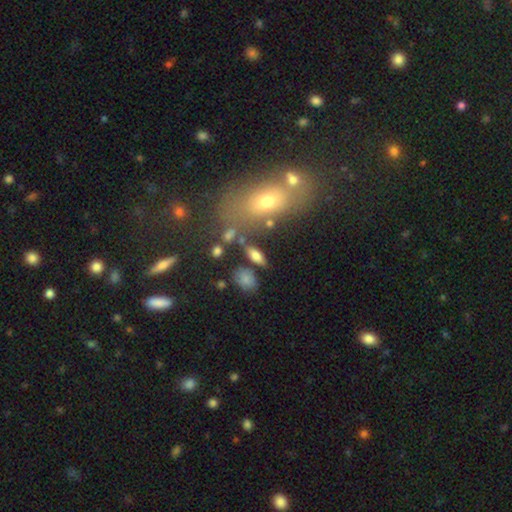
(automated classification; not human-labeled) Q: Smooth or featured?
A: smooth (71%); runner-up: featured or disk (19%)
Q: How rounded?
A: in between (74%); runner-up: cigar-shaped (19%)
Q: Merging?
A: none (72%); runner-up: minor disturbance (13%)